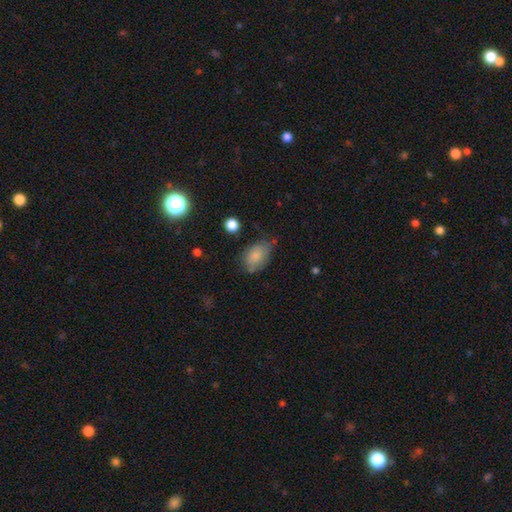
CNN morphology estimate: Smooth or featured?
  - smooth: 80% *
  - featured or disk: 11%
  - star or artifact: 9%
How rounded?
  - in between: 84% *
  - round: 14%
  - cigar-shaped: 1%
Merging?
  - none: 50% *
  - minor disturbance: 35%
  - major disturbance: 10%
  - merger: 4%